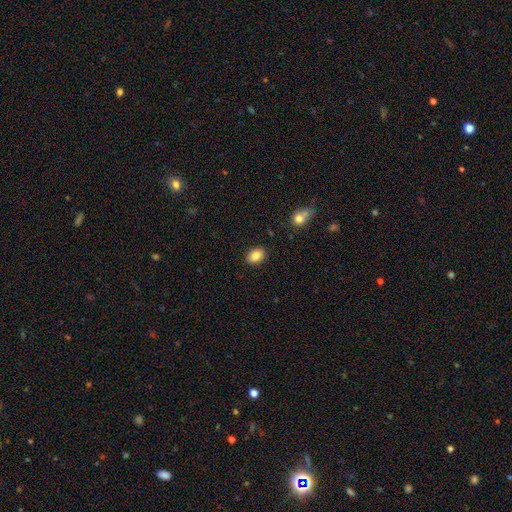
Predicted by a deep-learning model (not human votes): Q: Smooth or featured?
A: smooth (86%); runner-up: star or artifact (8%)
Q: How rounded?
A: in between (77%); runner-up: round (22%)
Q: Merging?
A: none (88%); runner-up: minor disturbance (8%)